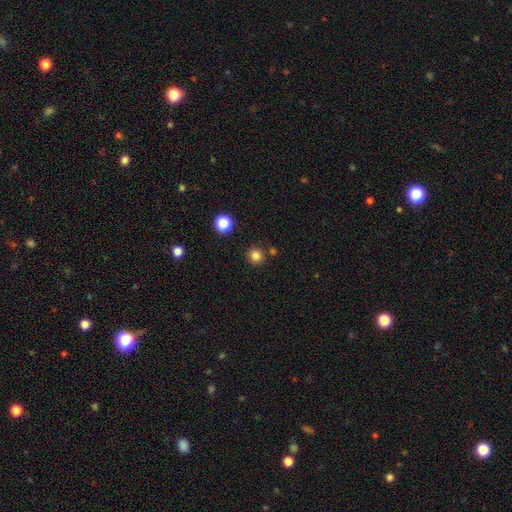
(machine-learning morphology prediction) Smooth or featured: smooth — 82% (star or artifact — 14%)
How rounded: round — 93% (in between — 7%)
Merging: none — 86% (minor disturbance — 7%)